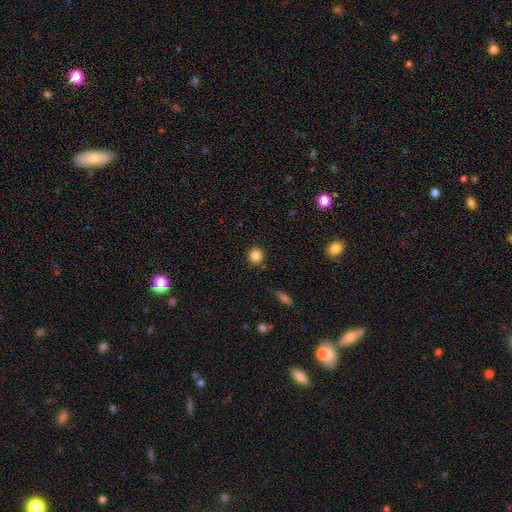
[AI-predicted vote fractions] A smooth galaxy with no disk features (84%) that is round (89%).

Vote fractions:
- Smooth or featured? smooth: 84% / star or artifact: 11% / featured or disk: 5%
- How rounded? round: 89% / in between: 10% / cigar-shaped: 1%
- Merging? none: 88% / minor disturbance: 8% / merger: 2% / major disturbance: 2%